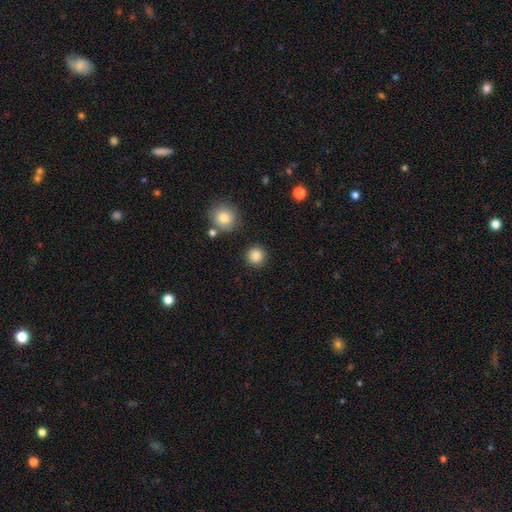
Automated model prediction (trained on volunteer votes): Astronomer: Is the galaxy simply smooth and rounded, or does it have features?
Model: smooth — 86%.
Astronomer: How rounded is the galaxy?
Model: round — 94%.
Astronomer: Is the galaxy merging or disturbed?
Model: none — 88%.